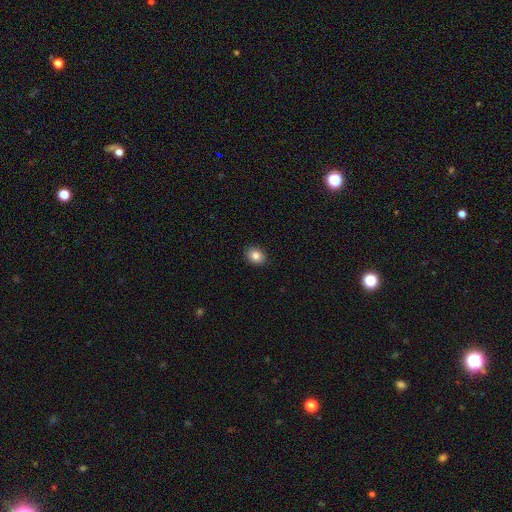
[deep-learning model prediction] This is clearly a smooth galaxy (84%). How rounded: possibly in between (58%). Merging: clearly none (90%).